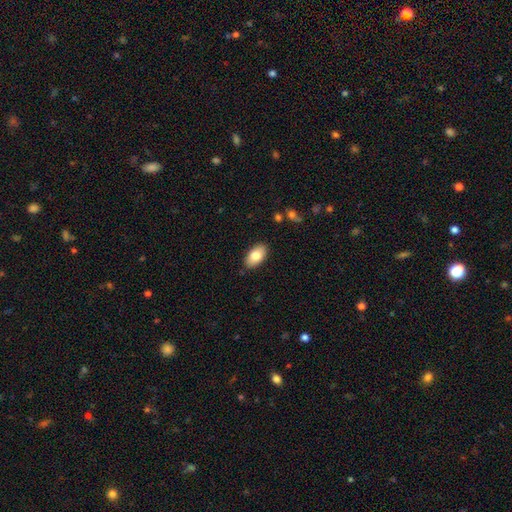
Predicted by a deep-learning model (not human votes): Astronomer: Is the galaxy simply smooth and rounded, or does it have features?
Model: smooth — 80%.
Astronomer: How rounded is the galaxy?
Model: in between — 94%.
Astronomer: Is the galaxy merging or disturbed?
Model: none — 88%.